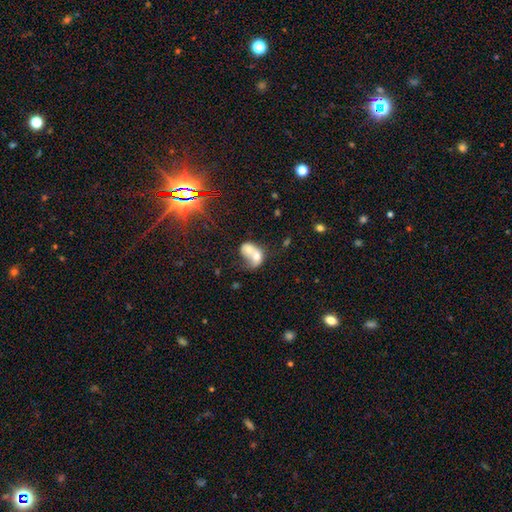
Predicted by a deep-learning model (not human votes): Smooth or featured? smooth (58%)
How rounded? in between (57%)
Merging? merger (79%)